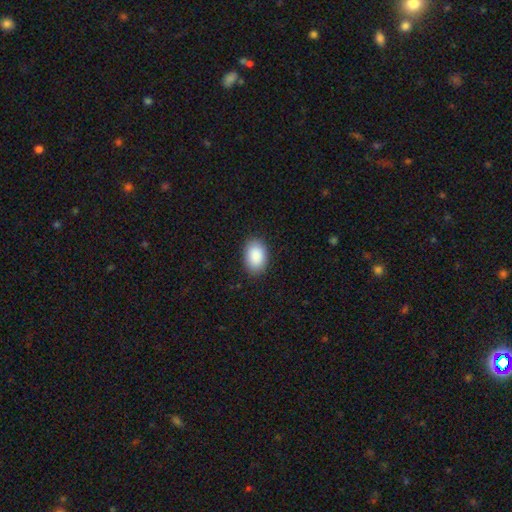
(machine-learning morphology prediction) Smooth or featured? smooth (90%)
How rounded? in between (87%)
Merging? none (88%)